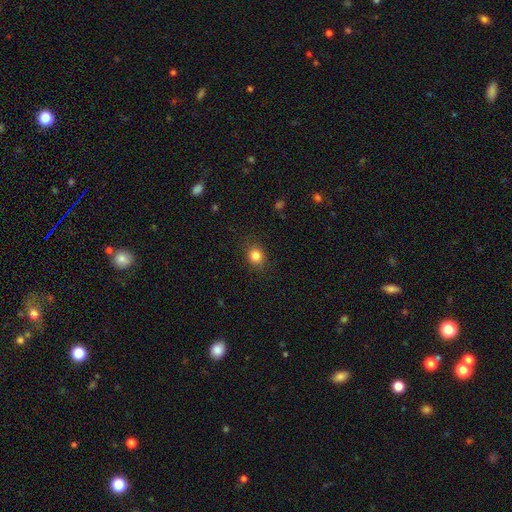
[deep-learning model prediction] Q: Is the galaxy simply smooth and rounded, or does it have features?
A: smooth — 84%.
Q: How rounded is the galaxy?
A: round — 71%.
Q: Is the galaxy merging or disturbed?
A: none — 87%.